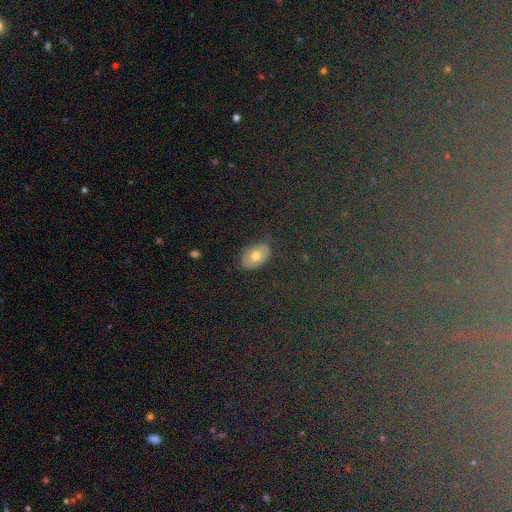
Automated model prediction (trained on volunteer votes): This appears to be a smooth galaxy with no disk features (64%) that is in between round and cigar-shaped (83%). Merging: none (76%).